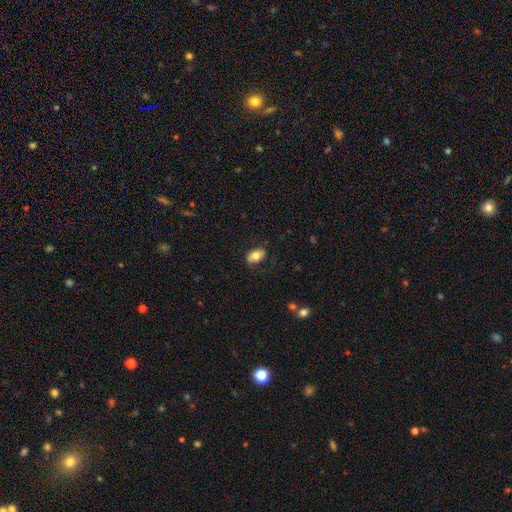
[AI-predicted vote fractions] Smooth or featured? smooth (75%)
How rounded? in between (90%)
Merging? none (83%)